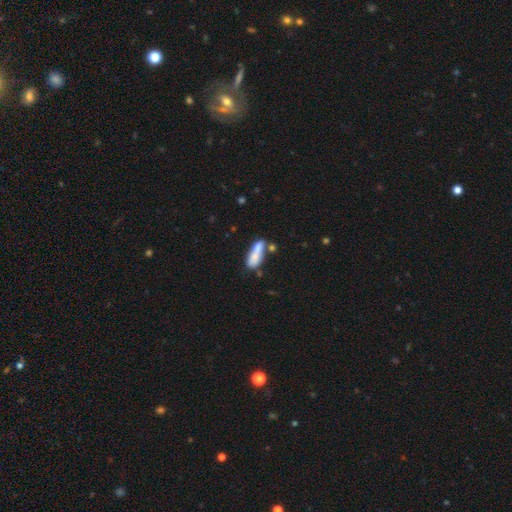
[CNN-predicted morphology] A smooth galaxy with no disk features (72%) that is in between round and cigar-shaped (61%).

Vote fractions:
- Smooth or featured? smooth: 72% / featured or disk: 20% / star or artifact: 8%
- How rounded? in between: 61% / cigar-shaped: 36% / round: 3%
- Merging? merger: 39% / none: 36% / minor disturbance: 17% / major disturbance: 8%